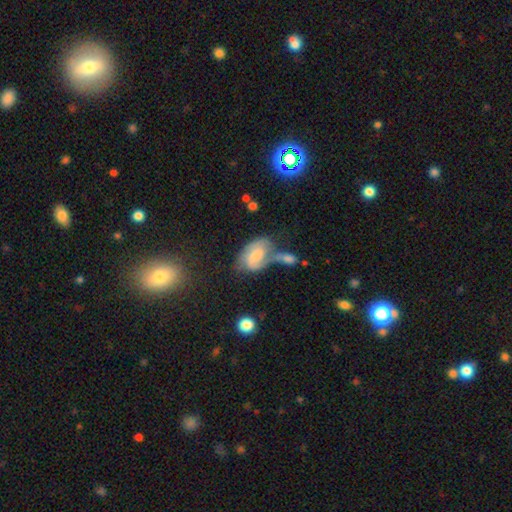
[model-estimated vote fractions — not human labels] Smooth or featured: featured or disk — 57% (smooth — 35%)
Edge-on disk: no — 96% (yes — 4%)
Bar: no — 45% (weak — 44%)
Spiral arms: yes — 81% (no — 19%)
Bulge size: moderate — 41% (small — 30%)
Merging: merger — 39% (none — 25%)